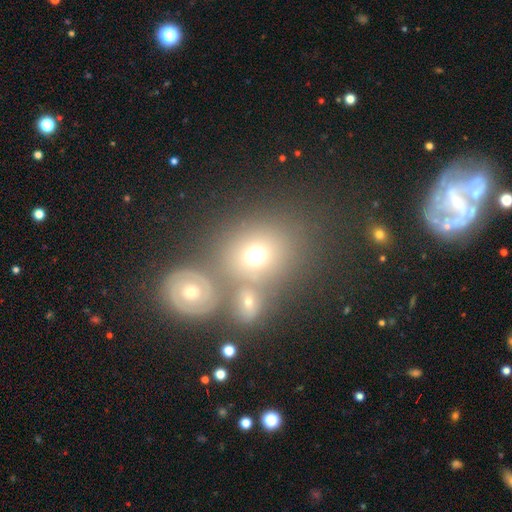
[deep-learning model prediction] This is possibly a smooth galaxy (57%). How rounded: likely round (66%). Merging: possibly none (51%).